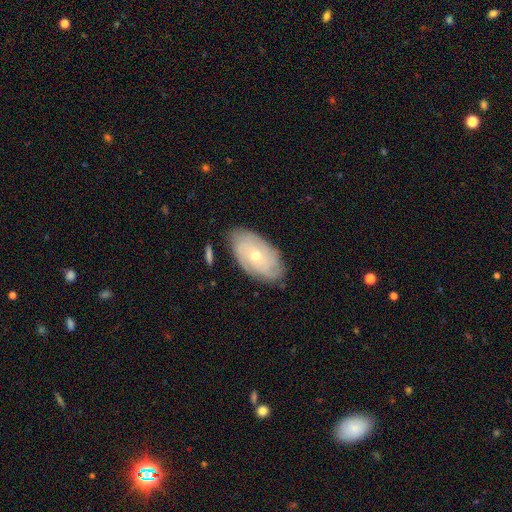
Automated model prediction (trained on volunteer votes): This is likely a featured or disk galaxy (69%). It is clearly not viewed edge-on (93%). Bar: clearly no (82%). Spiral arm pattern: clearly yes (85%). Spiral arm count: possibly can't tell (49%). Spiral winding: likely tight (72%). Central bulge: possibly small (53%). Merging: clearly none (80%).